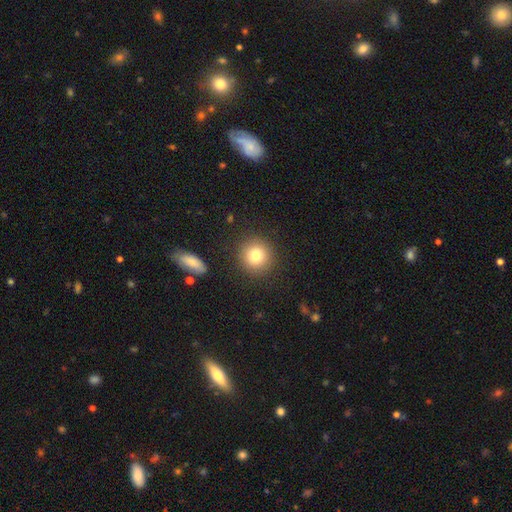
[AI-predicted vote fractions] smooth_or_featured: smooth (p=0.79) [alt: star or artifact p=0.11]
how_rounded: round (p=0.93) [alt: in between p=0.06]
merging: none (p=0.89) [alt: minor disturbance p=0.07]